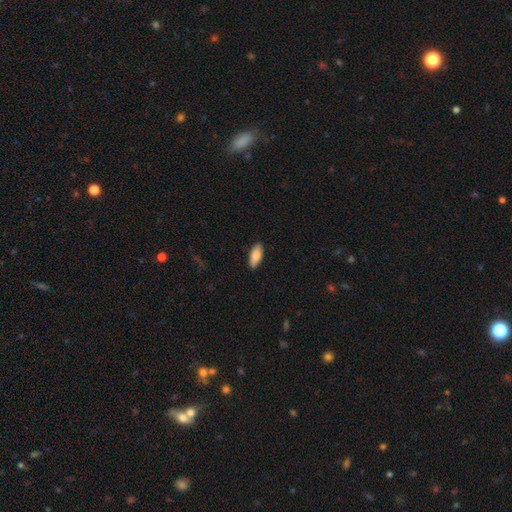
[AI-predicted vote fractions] smooth_or_featured: smooth (p=0.86) [alt: featured or disk p=0.09]
how_rounded: in between (p=0.84) [alt: cigar-shaped p=0.14]
merging: none (p=0.88) [alt: minor disturbance p=0.09]